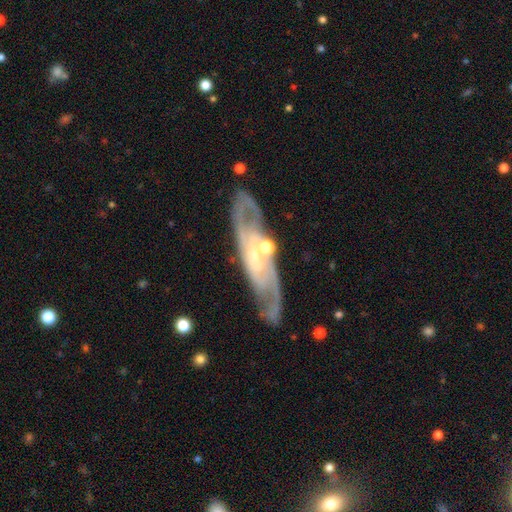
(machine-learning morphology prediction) Smooth or featured? Predicted: featured or disk (p=0.85). Edge-on disk? Predicted: no (p=0.82). Bar? Predicted: no (p=0.48). Spiral arms? Predicted: yes (p=0.95). Spiral winding? Predicted: tight (p=0.49). Spiral arm count? Predicted: 2 (p=0.68). Bulge size? Predicted: small (p=0.62). Merging? Predicted: none (p=0.75).